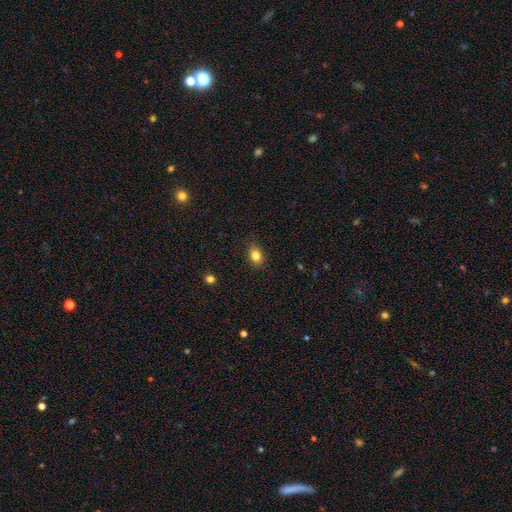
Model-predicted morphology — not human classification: type=smooth (82%); roundness=in between (70%); merging=none (85%).